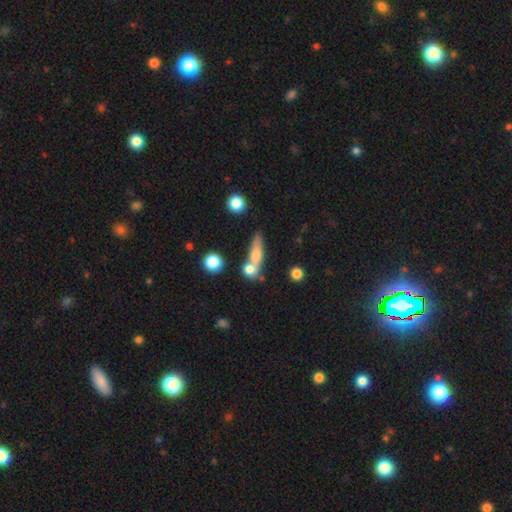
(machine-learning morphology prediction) The model was most divided on "merging": none: 42%, merger: 38%, minor disturbance: 13%, major disturbance: 7%. More confident: smooth or featured — smooth (64%); how rounded — cigar-shaped (54%).